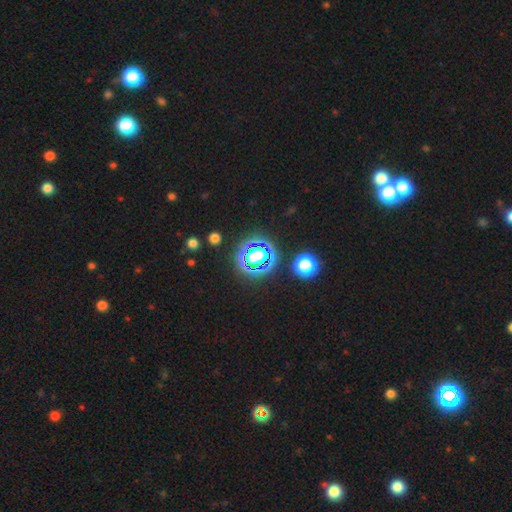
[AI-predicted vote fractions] smooth-or-featured: star or artifact: 55% | smooth: 32% | featured or disk: 13%